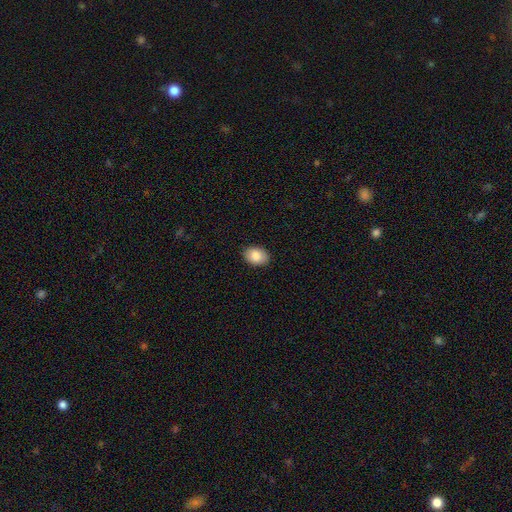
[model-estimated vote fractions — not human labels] A smooth galaxy with no disk features (86%) that is in between round and cigar-shaped (76%).

Vote fractions:
- Smooth or featured? smooth: 86% / star or artifact: 7% / featured or disk: 7%
- How rounded? in between: 76% / round: 23% / cigar-shaped: 1%
- Merging? none: 89% / minor disturbance: 8% / major disturbance: 2% / merger: 1%